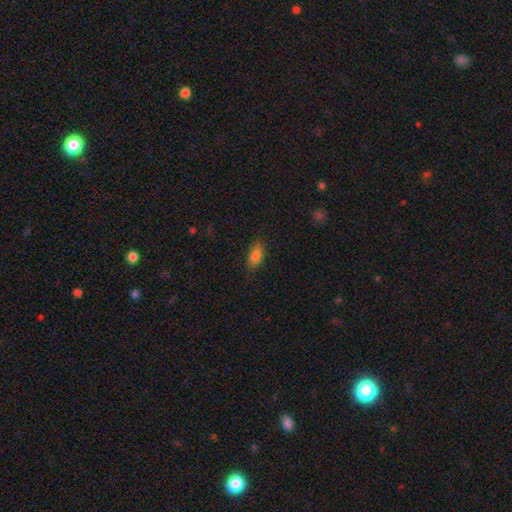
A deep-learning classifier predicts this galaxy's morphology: smooth_or_featured: smooth (p=0.83) [alt: star or artifact p=0.09]
how_rounded: in between (p=0.88) [alt: cigar-shaped p=0.08]
merging: none (p=0.83) [alt: minor disturbance p=0.13]